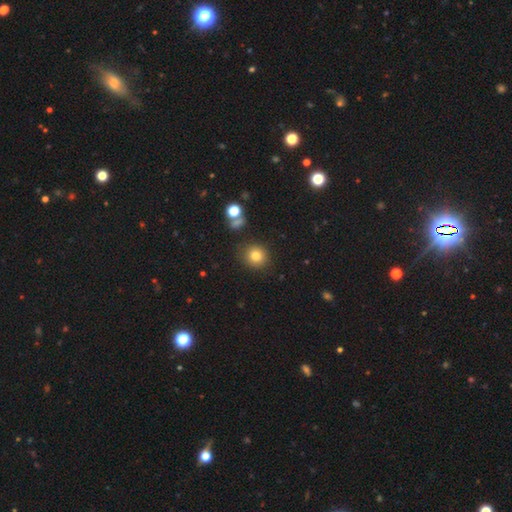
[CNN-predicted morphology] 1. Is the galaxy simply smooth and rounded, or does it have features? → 80% smooth, 13% star or artifact, 7% featured or disk.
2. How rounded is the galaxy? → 85% round, 14% in between, 1% cigar-shaped.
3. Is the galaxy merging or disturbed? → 83% none, 10% minor disturbance, 4% merger, 3% major disturbance.